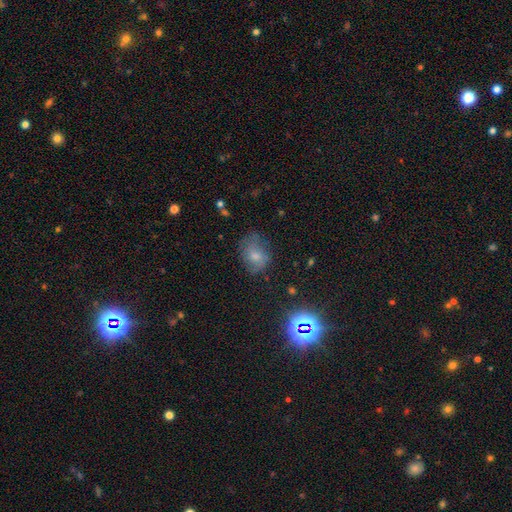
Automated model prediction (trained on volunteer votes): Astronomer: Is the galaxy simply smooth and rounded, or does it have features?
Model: smooth — 64%.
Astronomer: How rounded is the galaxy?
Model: in between — 60% (runner-up: round, 38%).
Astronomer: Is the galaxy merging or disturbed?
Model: none — 52% (runner-up: minor disturbance, 29%).